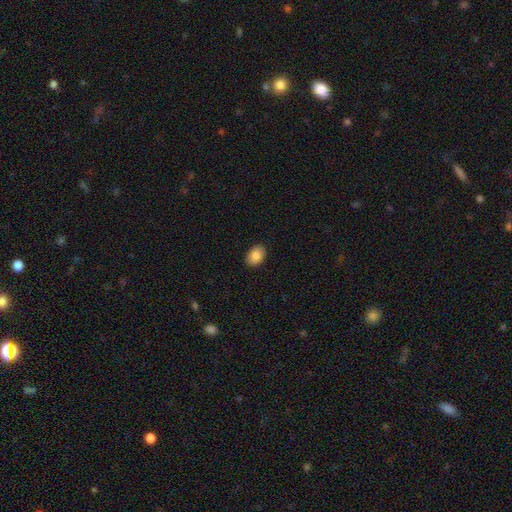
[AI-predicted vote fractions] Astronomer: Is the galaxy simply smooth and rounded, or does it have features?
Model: smooth — 86%.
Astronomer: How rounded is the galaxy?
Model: in between — 82%.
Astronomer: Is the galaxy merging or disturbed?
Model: none — 90%.